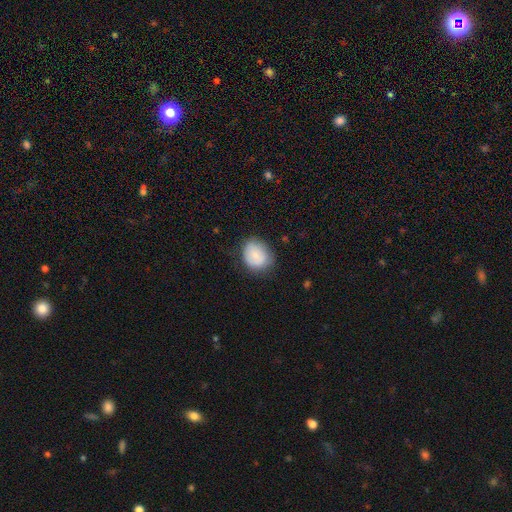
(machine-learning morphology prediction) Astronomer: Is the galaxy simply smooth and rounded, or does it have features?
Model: smooth — 77%.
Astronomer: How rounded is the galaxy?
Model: round — 56% (runner-up: in between, 43%).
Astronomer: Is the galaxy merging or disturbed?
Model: none — 70%.